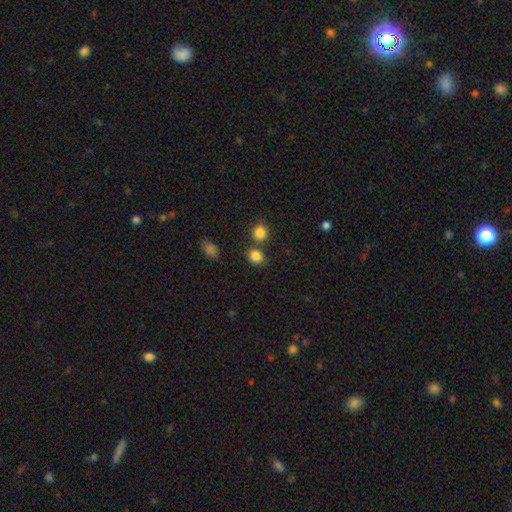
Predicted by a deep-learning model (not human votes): This appears to be a smooth galaxy with no disk features (83%) that is round (61%). Merging: none (71%).